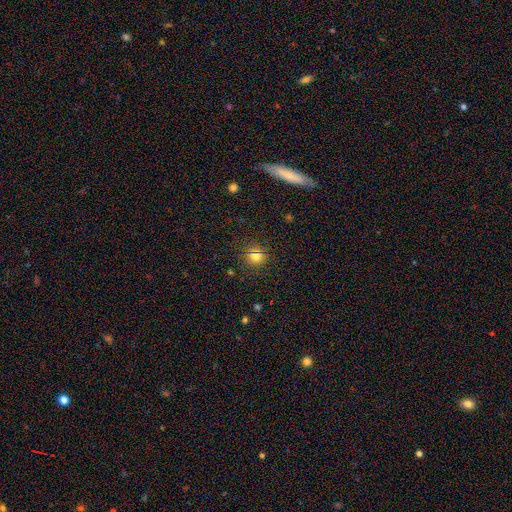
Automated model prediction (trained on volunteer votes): smooth 63%, star or artifact 28%, featured or disk 8%. Down the decision tree: how rounded — round (90%); merging — none (87%).